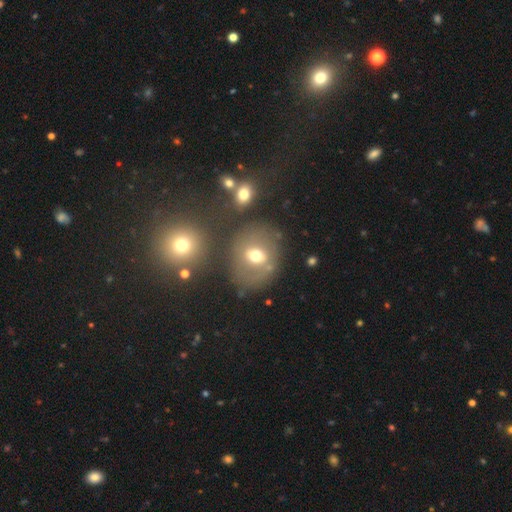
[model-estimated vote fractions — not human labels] Smooth or featured: smooth — 59% (featured or disk — 27%)
How rounded: round — 67% (in between — 32%)
Merging: none — 62% (minor disturbance — 15%)